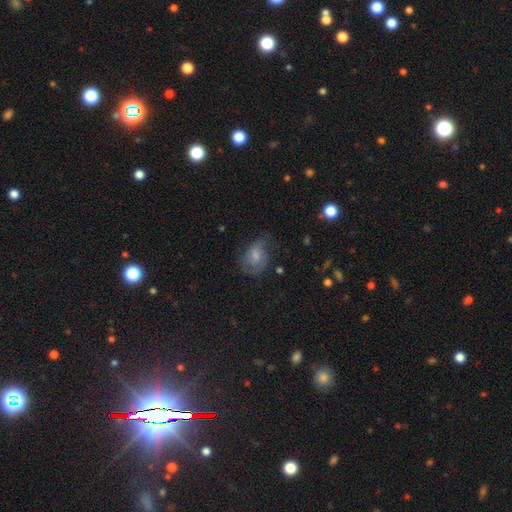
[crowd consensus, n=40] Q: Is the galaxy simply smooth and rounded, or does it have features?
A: featured or disk — 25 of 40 (62%).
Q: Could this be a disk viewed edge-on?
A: no — 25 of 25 (100%).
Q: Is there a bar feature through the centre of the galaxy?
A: no — 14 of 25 (56%).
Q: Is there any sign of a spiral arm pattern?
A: yes — 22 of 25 (88%).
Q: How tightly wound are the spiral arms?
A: tight — 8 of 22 (36%).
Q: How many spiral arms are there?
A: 2 — 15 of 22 (68%).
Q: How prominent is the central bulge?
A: small — 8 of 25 (32%).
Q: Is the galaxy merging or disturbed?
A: minor disturbance — 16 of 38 (42%).